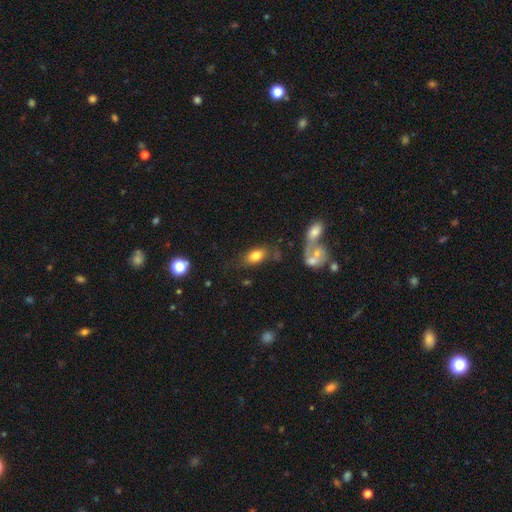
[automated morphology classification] Smooth or featured?
  - smooth: 78% *
  - featured or disk: 13%
  - star or artifact: 9%
How rounded?
  - in between: 86% *
  - round: 10%
  - cigar-shaped: 4%
Merging?
  - none: 63% *
  - minor disturbance: 17%
  - merger: 12%
  - major disturbance: 8%